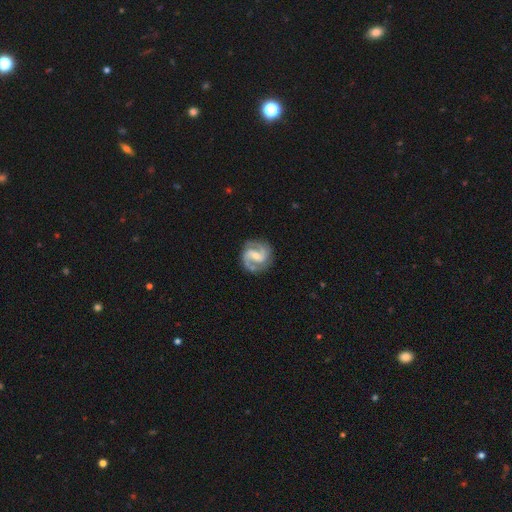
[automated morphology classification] smooth-or-featured: featured or disk: 89% | smooth: 6% | star or artifact: 4%
  disk-edge-on: no: 98% | yes: 2%
    bar: weak: 48% | strong: 28% | no: 25%
    has-spiral-arms: yes: 98% | no: 2%
      spiral-winding: medium: 56% | tight: 32% | loose: 12%
      spiral-arm-count: 2: 88% | 3: 5% | can't tell: 3% | 1: 1% | 4: 1% | more than 4: 1%
    bulge-size: small: 51% | moderate: 43% | none: 3% | large: 2% | dominant: 1%
  merging: none: 82% | minor disturbance: 13% | major disturbance: 4% | merger: 1%